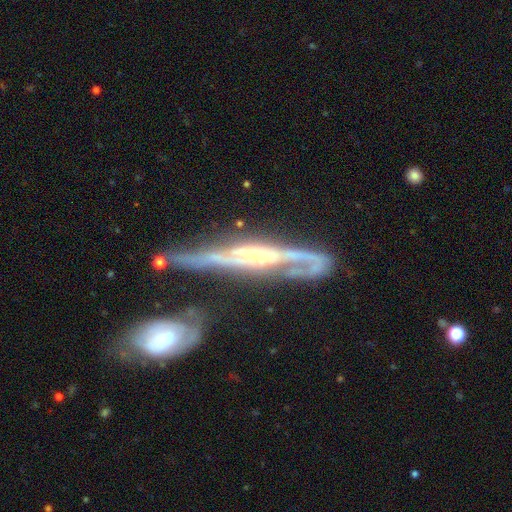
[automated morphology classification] type=featured or disk (86%); edge-on=yes (53%); merging=none (45%).